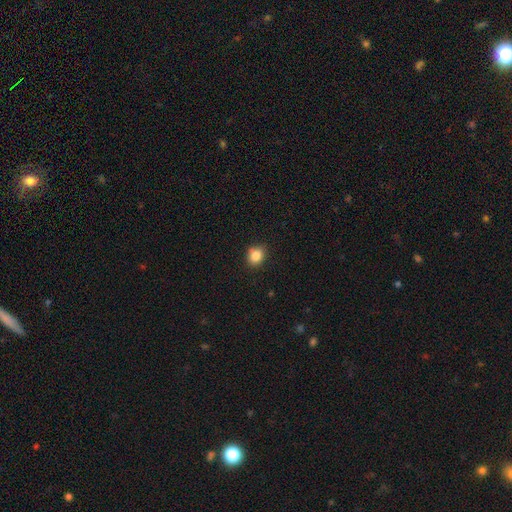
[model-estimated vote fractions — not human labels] smooth_or_featured: smooth (p=0.85) [alt: star or artifact p=0.10]
how_rounded: round (p=0.67) [alt: in between p=0.32]
merging: none (p=0.86) [alt: minor disturbance p=0.11]